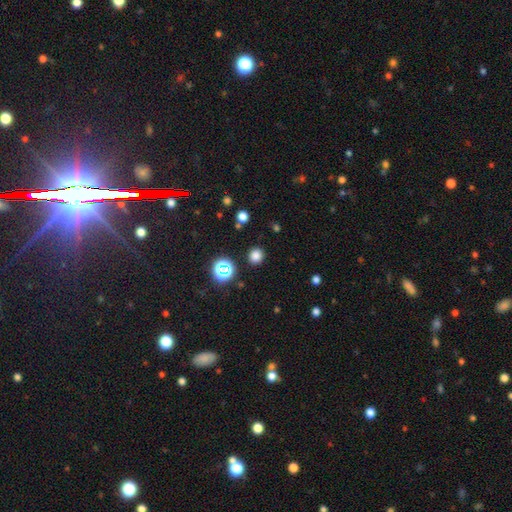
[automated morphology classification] Smooth or featured? smooth (79%)
How rounded? round (91%)
Merging? none (90%)